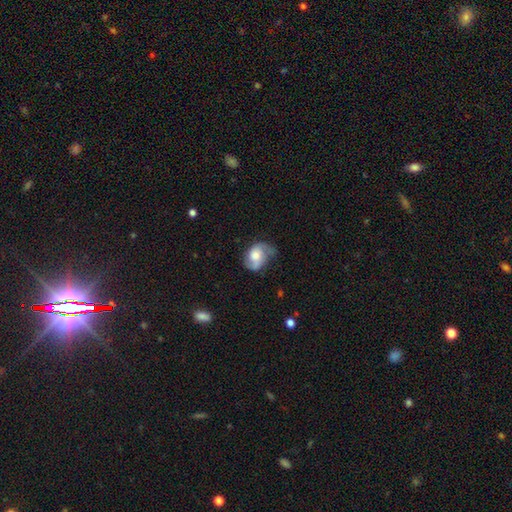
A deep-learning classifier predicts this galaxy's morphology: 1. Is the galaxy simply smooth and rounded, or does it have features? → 57% featured or disk, 35% smooth, 7% star or artifact.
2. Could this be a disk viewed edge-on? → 97% no, 3% yes.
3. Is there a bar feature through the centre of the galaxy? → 68% no, 27% weak, 5% strong.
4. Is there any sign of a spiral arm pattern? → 86% yes, 14% no.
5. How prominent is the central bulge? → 45% moderate, 31% large, 15% small, 6% none, 4% dominant.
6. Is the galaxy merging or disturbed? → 48% none, 32% minor disturbance, 17% major disturbance, 2% merger.